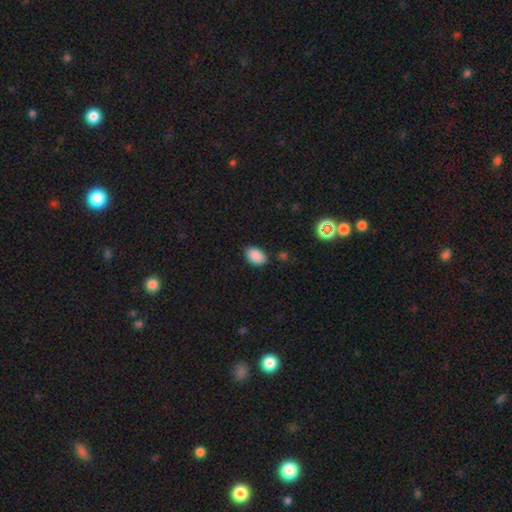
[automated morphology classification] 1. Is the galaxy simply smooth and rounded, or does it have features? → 89% smooth, 8% star or artifact, 3% featured or disk.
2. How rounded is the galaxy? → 89% in between, 10% round, 1% cigar-shaped.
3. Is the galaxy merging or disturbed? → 84% none, 12% minor disturbance, 3% major disturbance, 2% merger.